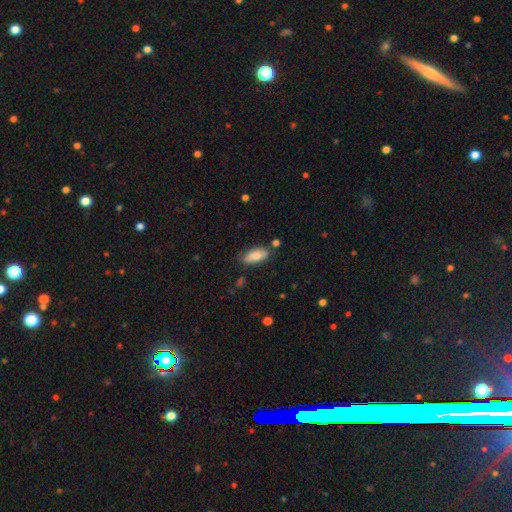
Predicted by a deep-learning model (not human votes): Smooth or featured: smooth — 81% (featured or disk — 13%)
How rounded: in between — 87% (cigar-shaped — 11%)
Merging: none — 74% (minor disturbance — 18%)